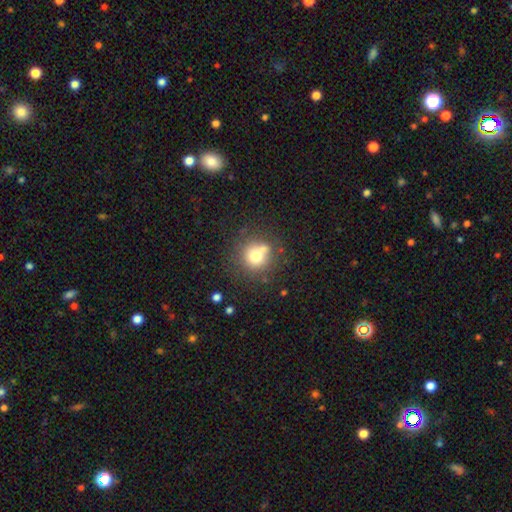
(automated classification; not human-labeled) smooth_or_featured: smooth (p=0.70) [alt: featured or disk p=0.16]
how_rounded: round (p=0.89) [alt: in between p=0.10]
merging: none (p=0.63) [alt: merger p=0.18]